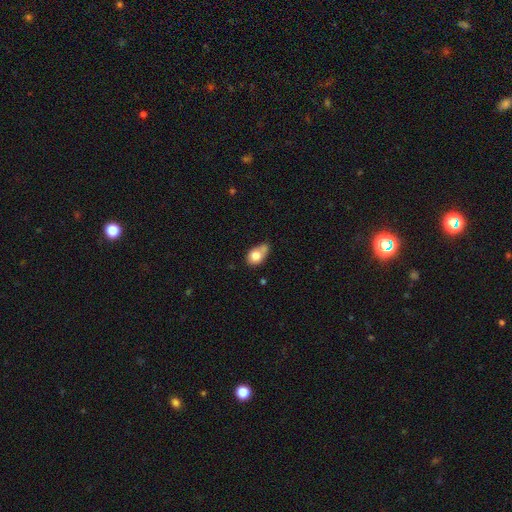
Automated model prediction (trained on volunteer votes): This is likely a smooth galaxy (76%). How rounded: likely in between (68%). Merging: marginally minor disturbance (31%).